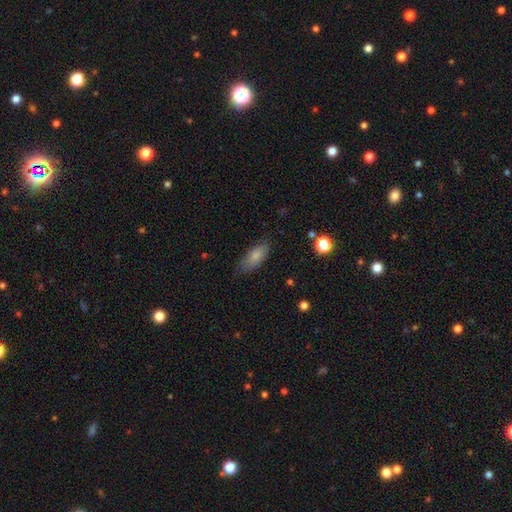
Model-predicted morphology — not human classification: Q: Smooth or featured?
A: smooth (79%); runner-up: featured or disk (14%)
Q: How rounded?
A: in between (83%); runner-up: cigar-shaped (15%)
Q: Merging?
A: none (71%); runner-up: minor disturbance (23%)